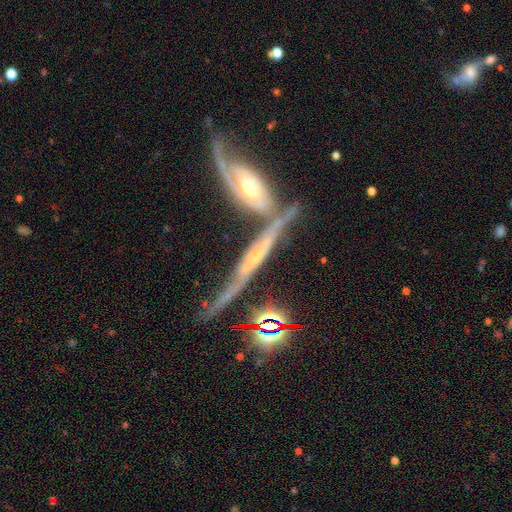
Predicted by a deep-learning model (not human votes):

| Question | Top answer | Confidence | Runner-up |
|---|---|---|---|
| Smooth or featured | featured or disk | 81% | smooth (11%) |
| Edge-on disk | yes | 82% | no (18%) |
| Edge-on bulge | rounded | 68% | none (21%) |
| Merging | none | 47% | merger (29%) |